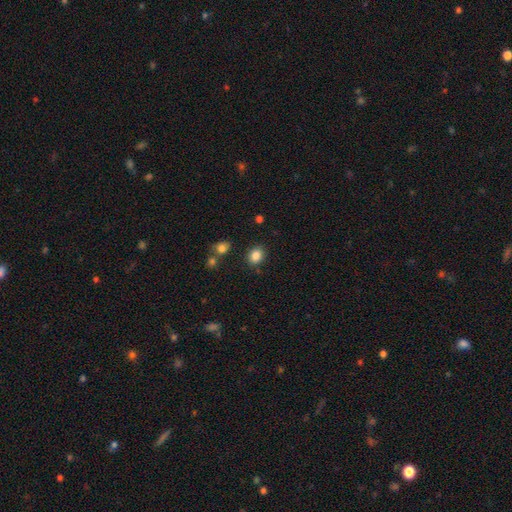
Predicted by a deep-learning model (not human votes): A smooth galaxy with no disk features (85%) that is round (50%). Merging: none (85%).